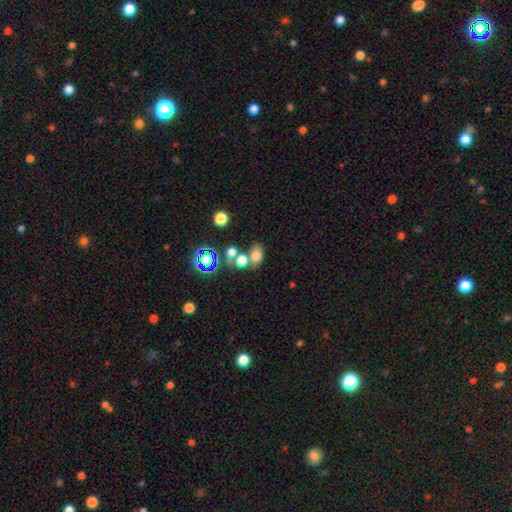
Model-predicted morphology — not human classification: smooth 70%, star or artifact 19%, featured or disk 11%. Down the decision tree: how rounded — in between (71%); merging — none (52%).